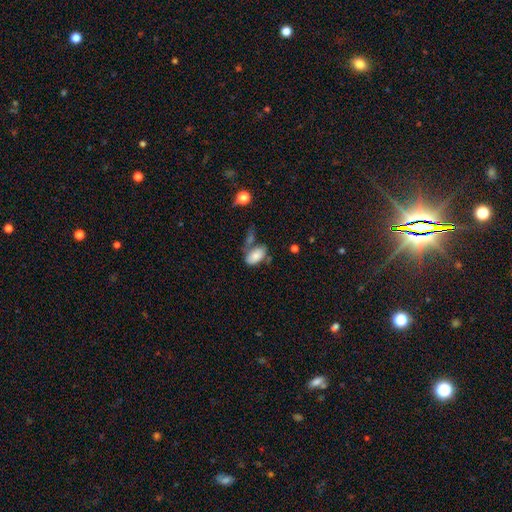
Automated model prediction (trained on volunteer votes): The model was most divided on "merging": none: 38%, merger: 26%, minor disturbance: 23%, major disturbance: 12%. More confident: how rounded — in between (93%); smooth or featured — smooth (78%).